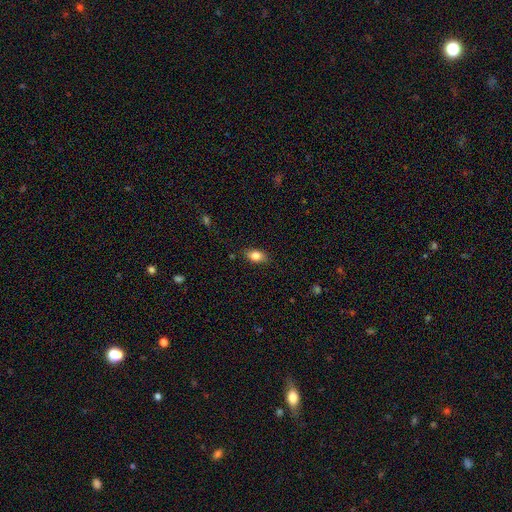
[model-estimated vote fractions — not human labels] This is clearly a smooth galaxy (84%). How rounded: clearly in between (87%). Merging: clearly none (83%).